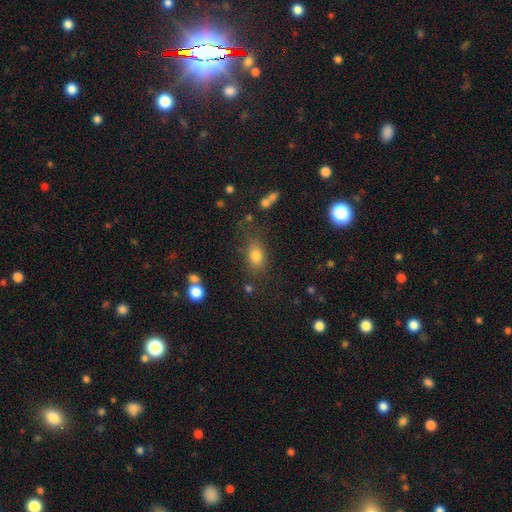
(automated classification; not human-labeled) Q: Smooth or featured?
A: smooth (78%); runner-up: star or artifact (12%)
Q: How rounded?
A: in between (77%); runner-up: round (20%)
Q: Merging?
A: none (71%); runner-up: minor disturbance (17%)